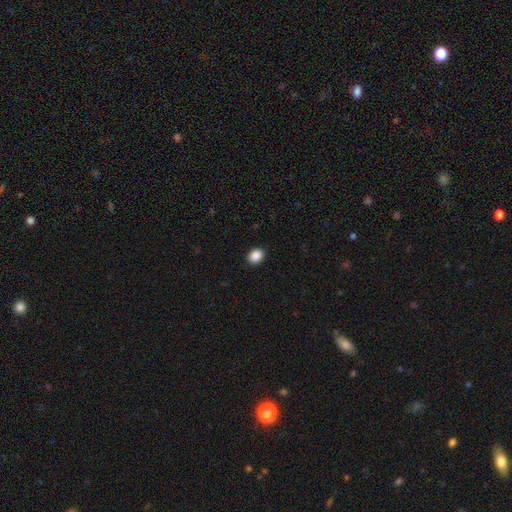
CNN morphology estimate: smooth-or-featured: smooth: 89% | star or artifact: 8% | featured or disk: 3%
  how-rounded: in between: 58% | round: 41% | cigar-shaped: 1%
  merging: none: 90% | minor disturbance: 7% | major disturbance: 2% | merger: 1%